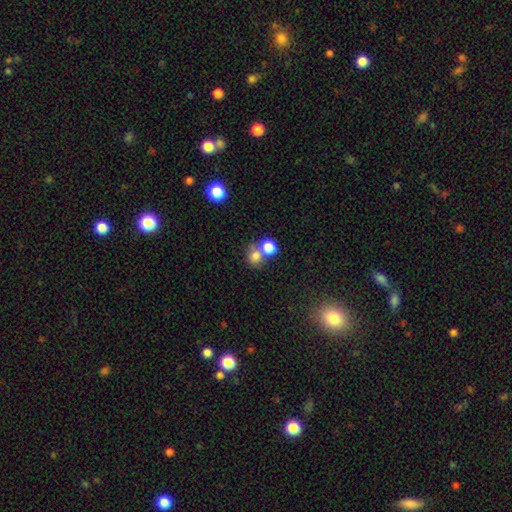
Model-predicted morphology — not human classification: A smooth galaxy with no disk features (76%) that is round (81%). Merging: merger (48%).